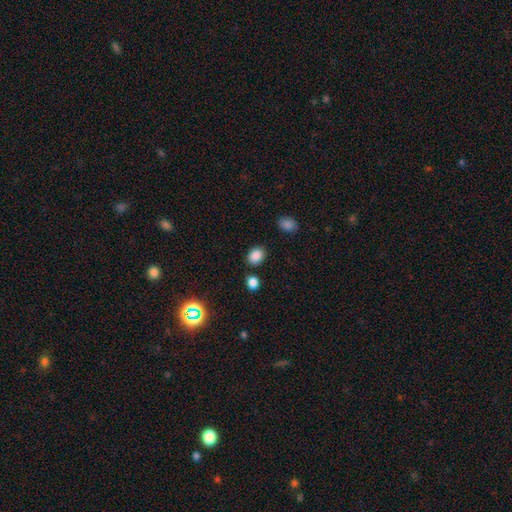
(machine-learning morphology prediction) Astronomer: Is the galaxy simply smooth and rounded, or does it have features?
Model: smooth — 86%.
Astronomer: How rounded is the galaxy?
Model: in between — 63%.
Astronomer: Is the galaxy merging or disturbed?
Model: none — 81%.